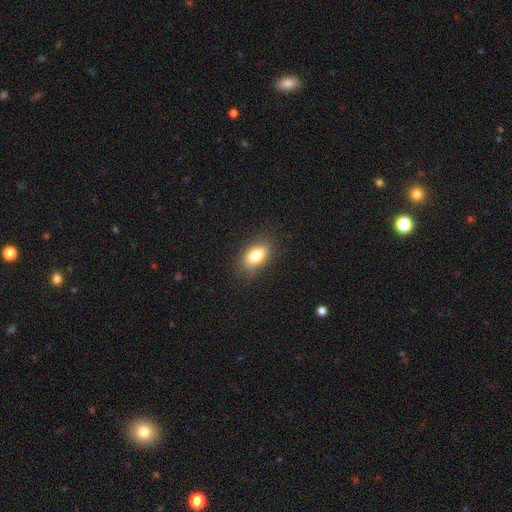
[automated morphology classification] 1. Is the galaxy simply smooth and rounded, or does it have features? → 80% smooth, 12% featured or disk, 9% star or artifact.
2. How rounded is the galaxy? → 86% in between, 10% round, 4% cigar-shaped.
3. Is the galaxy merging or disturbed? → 81% none, 14% minor disturbance, 4% major disturbance, 1% merger.